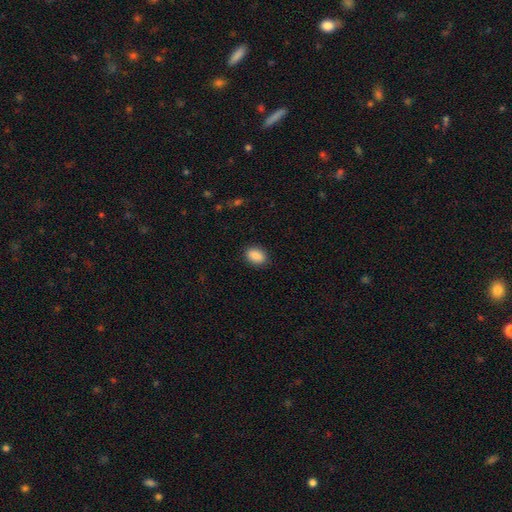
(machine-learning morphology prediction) Q: Smooth or featured?
A: smooth (88%); runner-up: star or artifact (8%)
Q: How rounded?
A: in between (77%); runner-up: round (21%)
Q: Merging?
A: none (87%); runner-up: minor disturbance (9%)